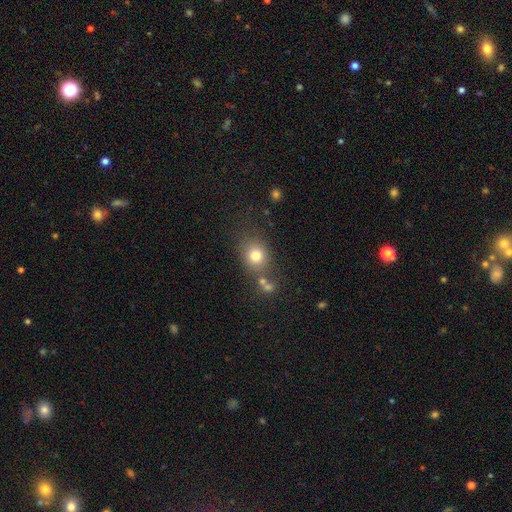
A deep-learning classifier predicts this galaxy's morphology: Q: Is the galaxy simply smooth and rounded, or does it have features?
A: smooth — 77%.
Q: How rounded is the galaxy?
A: round — 64%.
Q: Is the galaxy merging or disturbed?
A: none — 67%.